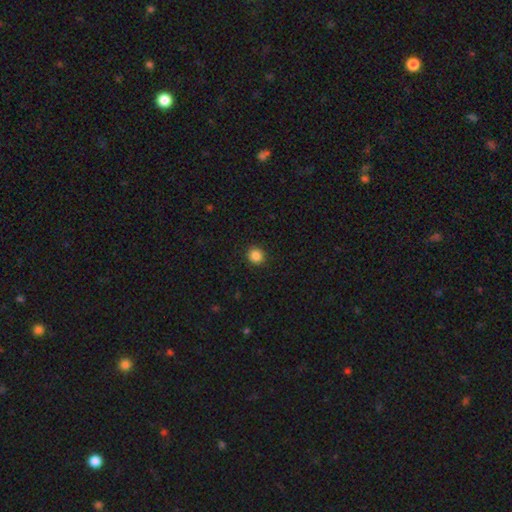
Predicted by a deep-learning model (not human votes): Smooth or featured? Predicted: smooth (p=0.86). How rounded? Predicted: round (p=0.89). Merging? Predicted: none (p=0.92).